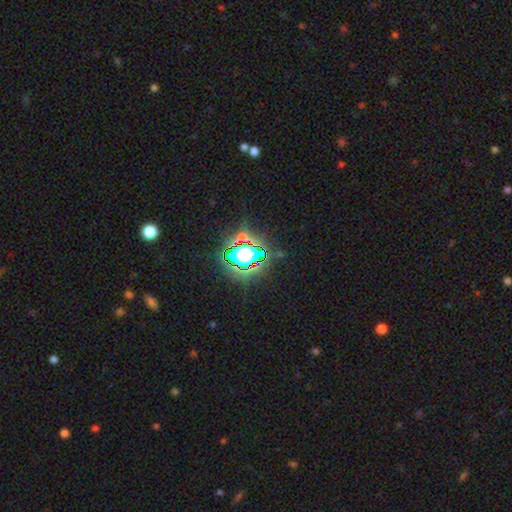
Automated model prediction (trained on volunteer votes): smooth-or-featured: star or artifact: 79% | smooth: 13% | featured or disk: 8%